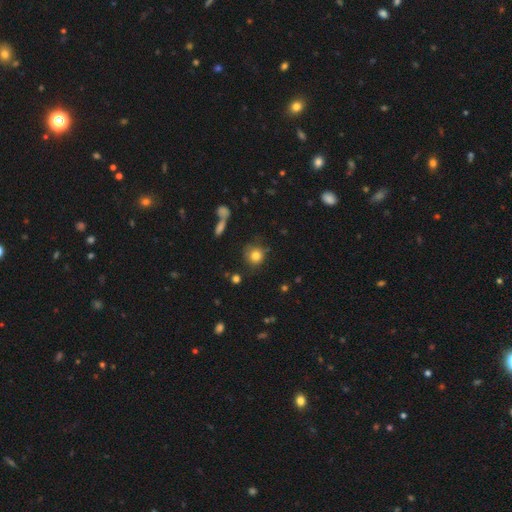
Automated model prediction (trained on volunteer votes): This appears to be a smooth galaxy with no disk features (81%) that is round (87%). Merging: none (73%).